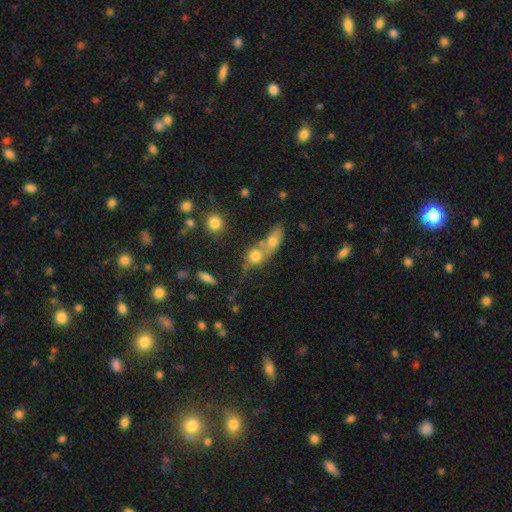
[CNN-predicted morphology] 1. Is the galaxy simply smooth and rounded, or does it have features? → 67% smooth, 18% featured or disk, 15% star or artifact.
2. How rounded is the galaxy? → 60% round, 33% in between, 7% cigar-shaped.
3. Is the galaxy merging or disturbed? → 59% merger, 28% none, 8% minor disturbance, 5% major disturbance.